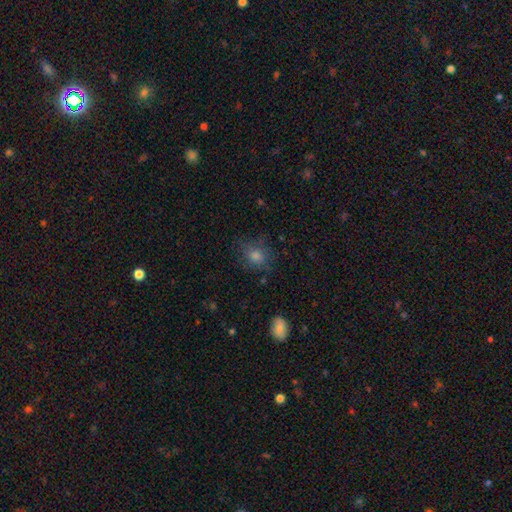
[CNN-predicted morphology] Overall: smooth (69%). How rounded: round (66%; in between 33%). Merging: none (72%).